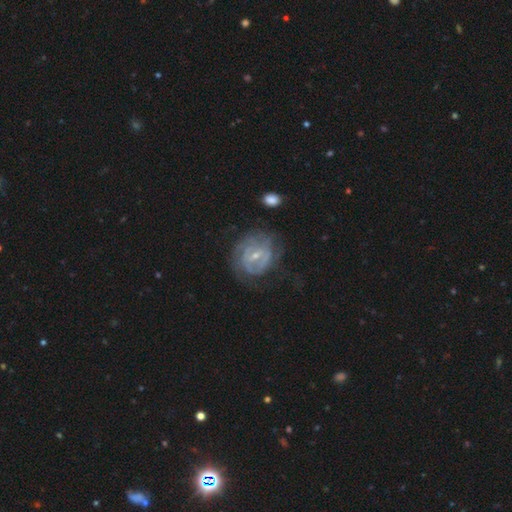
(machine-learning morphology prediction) smooth_or_featured: featured or disk (p=0.78) [alt: smooth p=0.15]
disk_edge_on: no (p=0.97) [alt: yes p=0.03]
bar: weak (p=0.50) [alt: no p=0.28]
has_spiral_arms: yes (p=0.80) [alt: no p=0.20]
spiral_winding: tight (p=0.59) [alt: medium p=0.30]
spiral_arm_count: can't tell (p=0.45) [alt: 2 p=0.30]
bulge_size: small (p=0.68) [alt: moderate p=0.27]
merging: none (p=0.60) [alt: minor disturbance p=0.21]